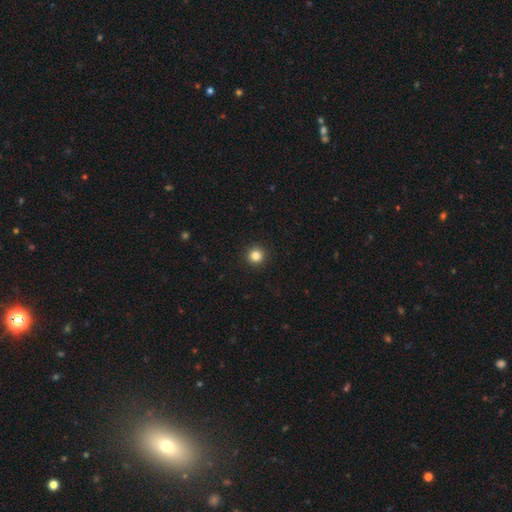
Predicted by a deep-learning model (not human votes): Smooth or featured: smooth — 84% (star or artifact — 12%)
How rounded: round — 95% (in between — 4%)
Merging: none — 93% (minor disturbance — 4%)